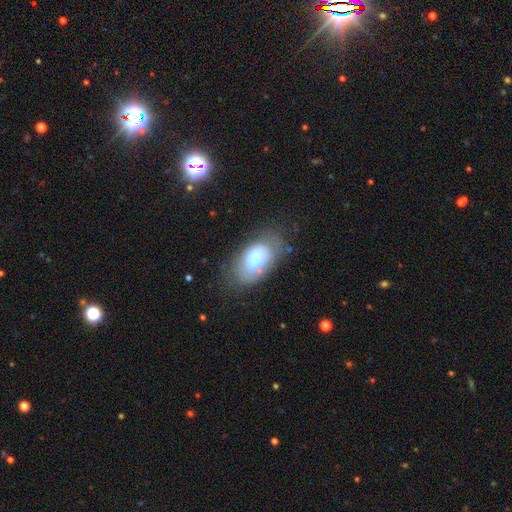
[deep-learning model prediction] Morphology: type=smooth (67%); roundness=in between (91%); merging=none (53%).